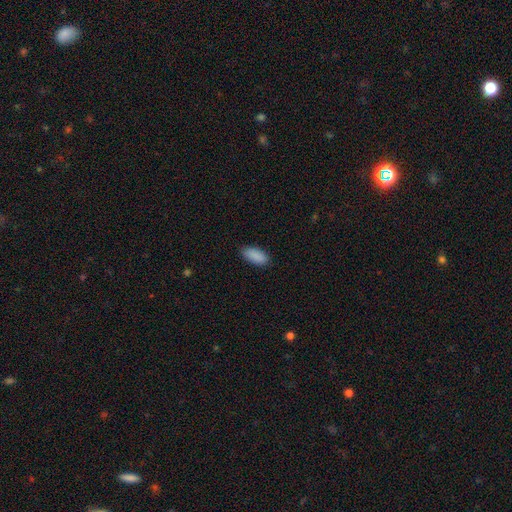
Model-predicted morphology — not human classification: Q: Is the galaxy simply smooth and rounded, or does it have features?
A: smooth — 90%.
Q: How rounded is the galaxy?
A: in between — 89%.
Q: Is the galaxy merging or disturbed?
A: none — 86%.